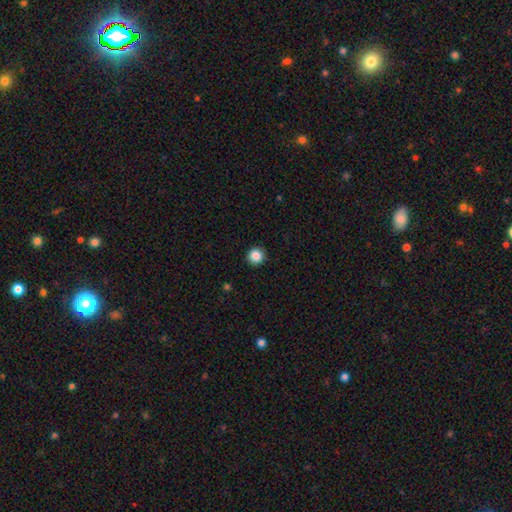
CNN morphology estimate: Smooth or featured?
  - smooth: 87% *
  - star or artifact: 10%
  - featured or disk: 3%
How rounded?
  - round: 95% *
  - in between: 4%
  - cigar-shaped: 1%
Merging?
  - none: 92% *
  - minor disturbance: 5%
  - major disturbance: 2%
  - merger: 1%